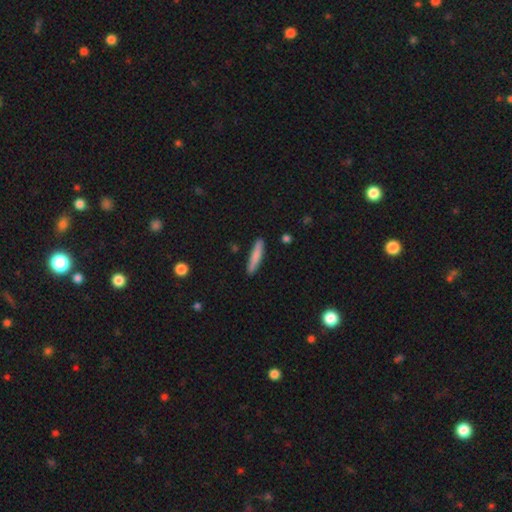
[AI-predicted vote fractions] Morphology: type=smooth (78%); roundness=cigar-shaped (91%); merging=none (88%).